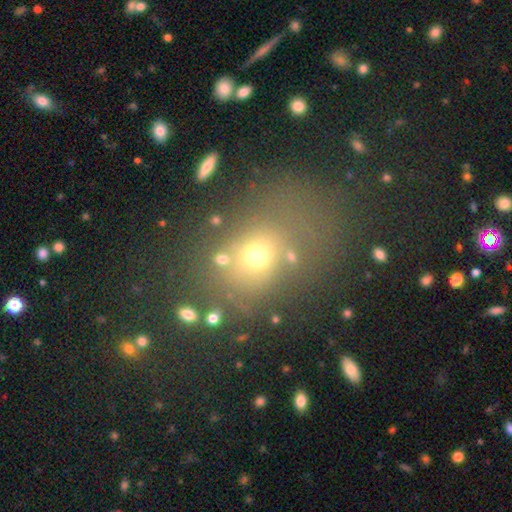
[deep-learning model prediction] Morphology: type=smooth (61%); roundness=in between (54%); merging=none (61%).